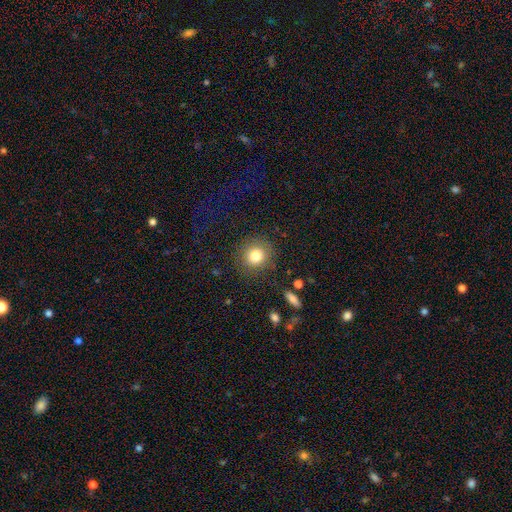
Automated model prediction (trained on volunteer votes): The model was most divided on "smooth or featured": smooth: 80%, star or artifact: 11%, featured or disk: 9%. More confident: how rounded — round (88%); merging — none (86%).